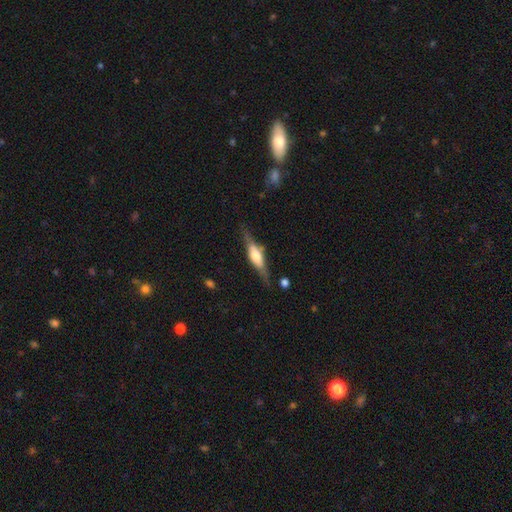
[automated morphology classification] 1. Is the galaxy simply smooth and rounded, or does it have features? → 63% featured or disk, 31% smooth, 6% star or artifact.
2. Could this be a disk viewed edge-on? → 91% yes, 9% no.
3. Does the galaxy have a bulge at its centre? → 74% rounded, 22% boxy, 4% none.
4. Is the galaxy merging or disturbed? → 74% none, 17% minor disturbance, 6% major disturbance, 3% merger.